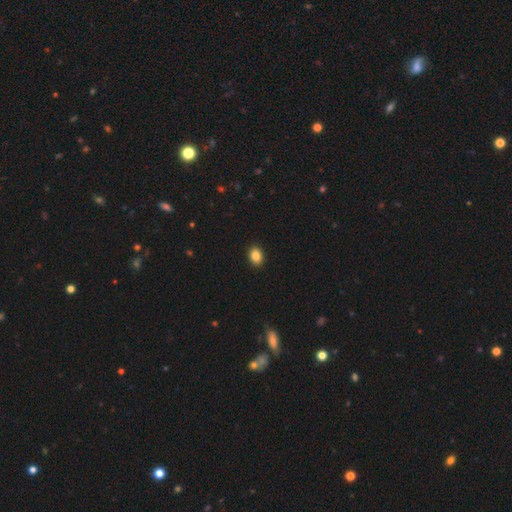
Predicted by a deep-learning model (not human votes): smooth-or-featured: smooth: 87% | star or artifact: 9% | featured or disk: 4%
  how-rounded: in between: 65% | round: 34% | cigar-shaped: 1%
  merging: none: 92% | minor disturbance: 6% | major disturbance: 2% | merger: 1%